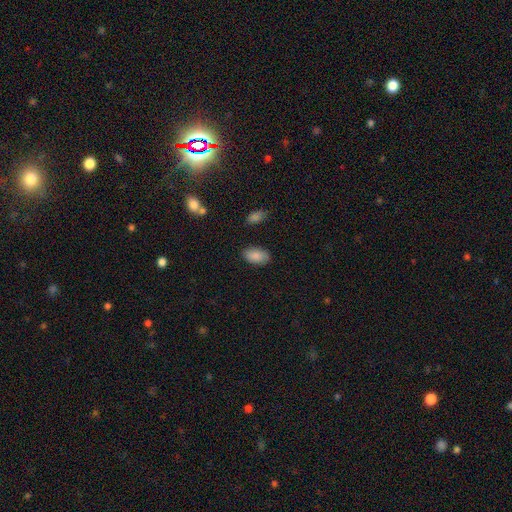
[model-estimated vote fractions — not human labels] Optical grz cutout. It shows a smooth galaxy with no disk features (87%) that is in between round and cigar-shaped (94%). Merging: none (86%).